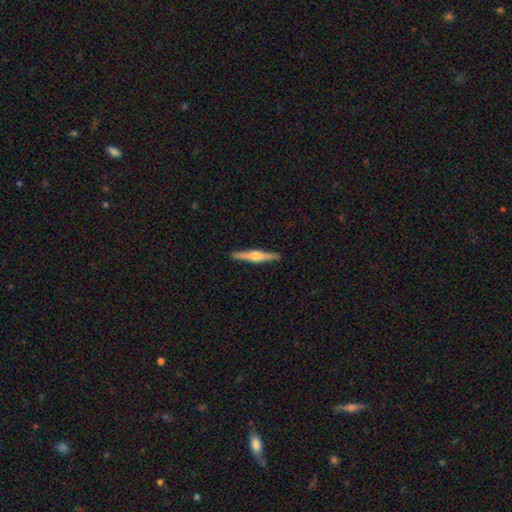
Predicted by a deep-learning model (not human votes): The model was most divided on "smooth or featured": featured or disk: 72%, smooth: 23%, star or artifact: 5%. More confident: edge-on disk — yes (98%); merging — none (92%); edge-on bulge — rounded (89%).